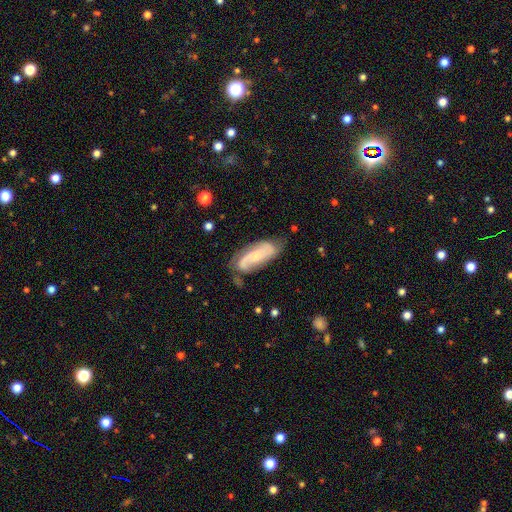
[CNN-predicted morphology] type=featured or disk (66%); edge-on=no (91%); bar=no (57%); spiral arms=yes (92%); winding=medium (41%); arm count=2 (69%); bulge=small (58%); merging=none (61%).